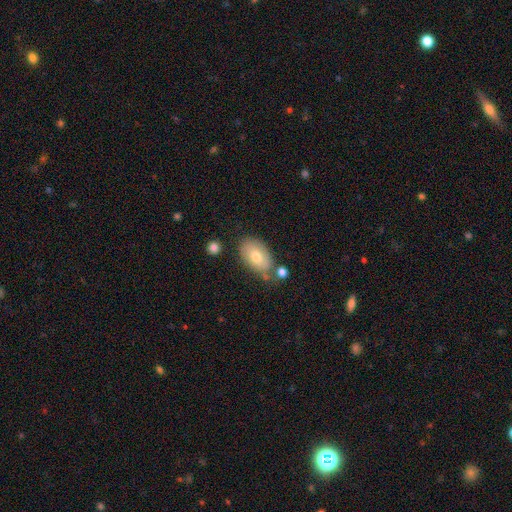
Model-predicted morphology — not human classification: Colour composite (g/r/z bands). It shows a smooth galaxy with no disk features (71%) that is in between round and cigar-shaped (91%). Merging: none (64%).